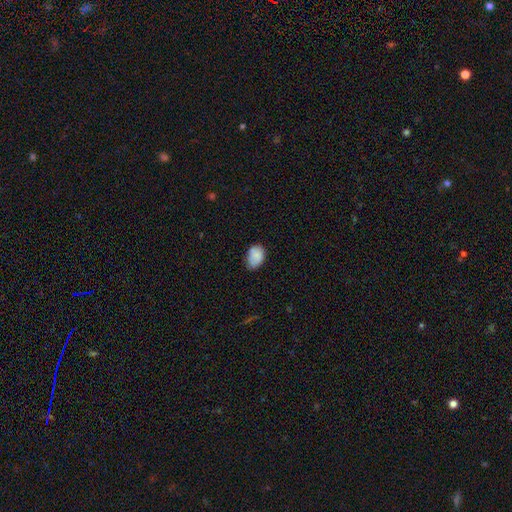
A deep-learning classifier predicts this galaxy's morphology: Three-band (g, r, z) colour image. It shows a smooth galaxy with no disk features (85%) that is in between round and cigar-shaped (81%). Merging: none (62%).